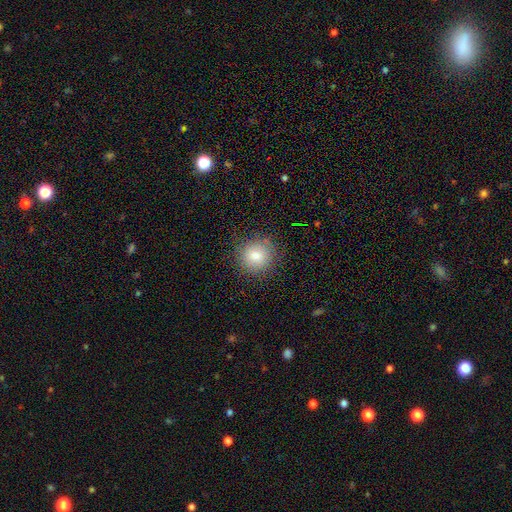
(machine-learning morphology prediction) Smooth or featured: smooth — 82% (star or artifact — 10%)
How rounded: round — 89% (in between — 10%)
Merging: none — 85% (minor disturbance — 11%)